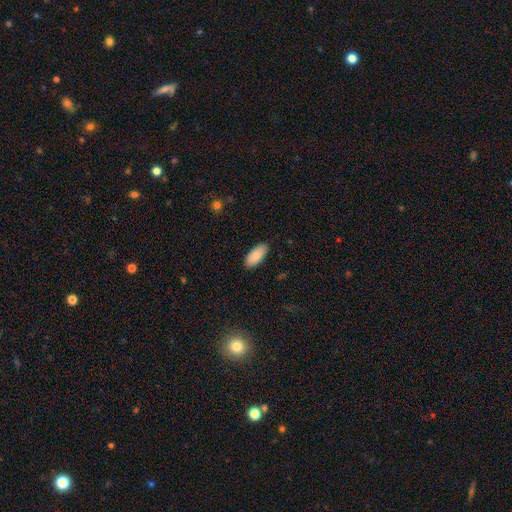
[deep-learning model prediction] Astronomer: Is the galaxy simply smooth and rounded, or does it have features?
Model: smooth — 88%.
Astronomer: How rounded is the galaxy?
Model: in between — 90%.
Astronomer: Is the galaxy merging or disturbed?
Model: none — 88%.